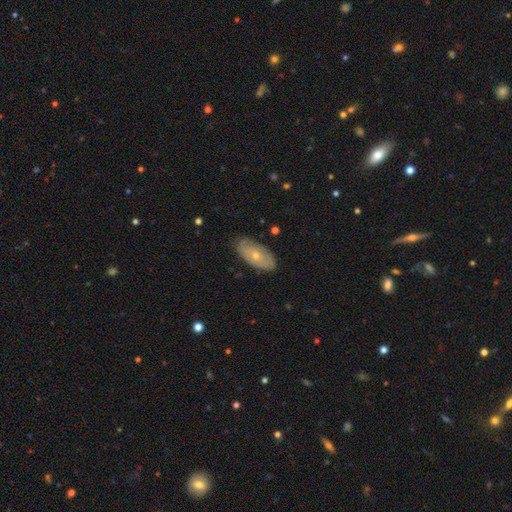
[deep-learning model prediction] This is possibly a smooth galaxy (49%). Merging: likely none (78%).